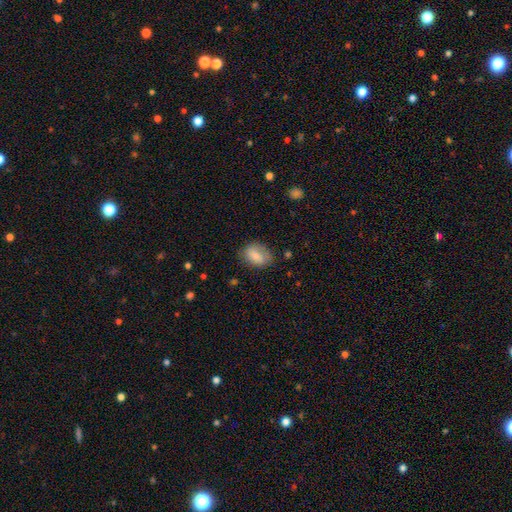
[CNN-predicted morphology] The model was most divided on "merging": none: 69%, minor disturbance: 23%, major disturbance: 6%, merger: 2%. More confident: smooth or featured — smooth (82%); how rounded — in between (81%).